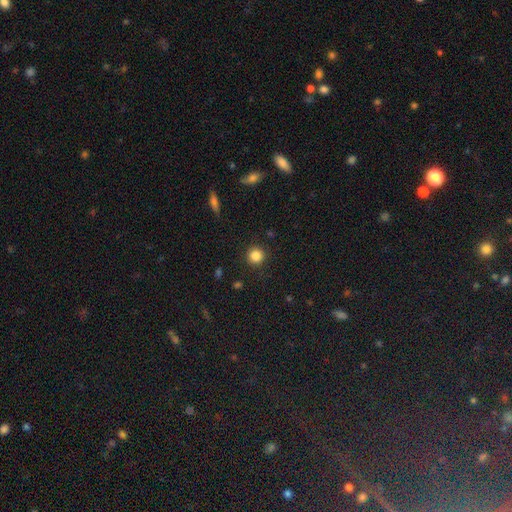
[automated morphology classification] type=smooth (85%); roundness=round (94%); merging=none (91%).